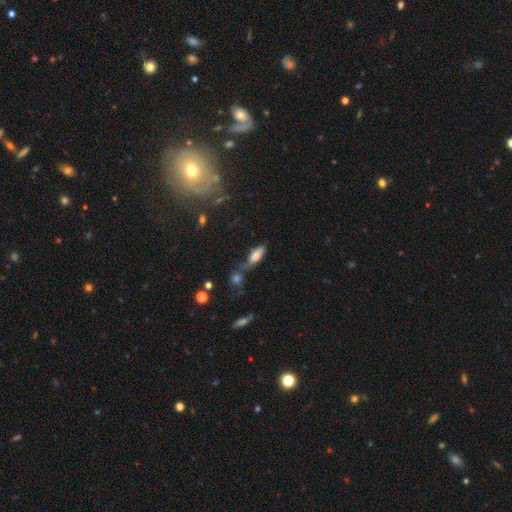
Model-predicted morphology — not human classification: Q: Smooth or featured?
A: smooth (71%); runner-up: featured or disk (20%)
Q: How rounded?
A: in between (69%); runner-up: cigar-shaped (28%)
Q: Merging?
A: none (45%); runner-up: merger (23%)